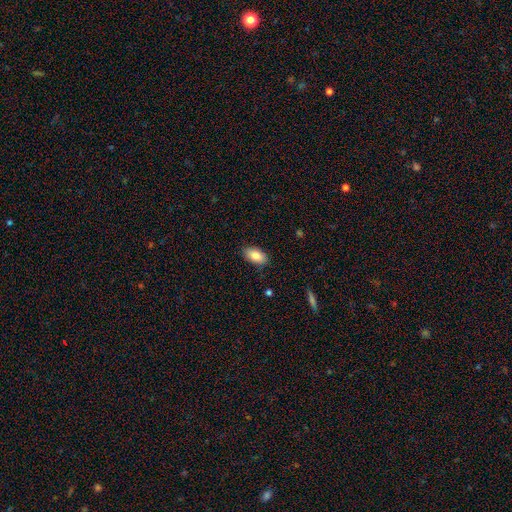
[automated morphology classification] smooth_or_featured: smooth (p=0.84) [alt: featured or disk p=0.09]
how_rounded: in between (p=0.94) [alt: round p=0.04]
merging: none (p=0.87) [alt: minor disturbance p=0.10]